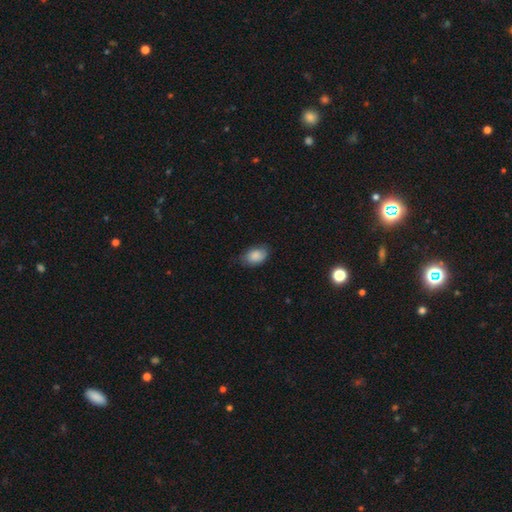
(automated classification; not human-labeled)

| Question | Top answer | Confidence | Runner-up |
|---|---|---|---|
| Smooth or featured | smooth | 86% | featured or disk (7%) |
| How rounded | in between | 86% | round (13%) |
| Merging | none | 67% | minor disturbance (27%) |